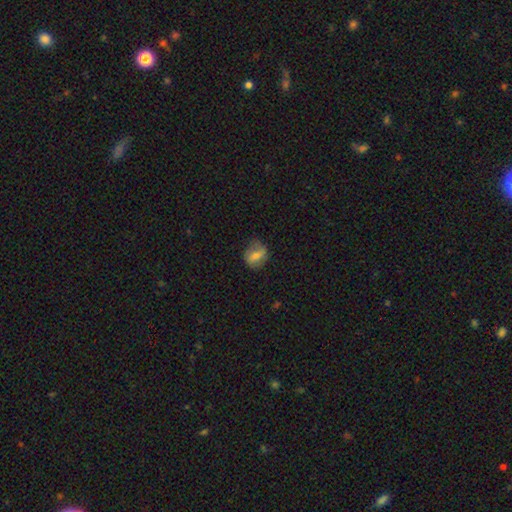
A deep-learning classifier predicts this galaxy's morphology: type=smooth (62%); roundness=round (49%, tied with in between); merging=none (67%).